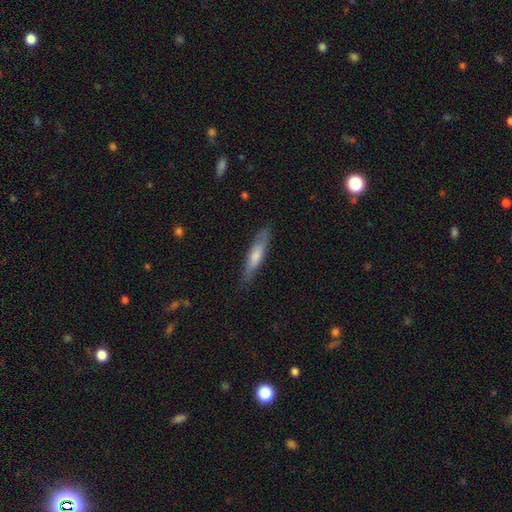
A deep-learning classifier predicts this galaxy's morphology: Smooth or featured? featured or disk (47%)
Merging? none (84%)